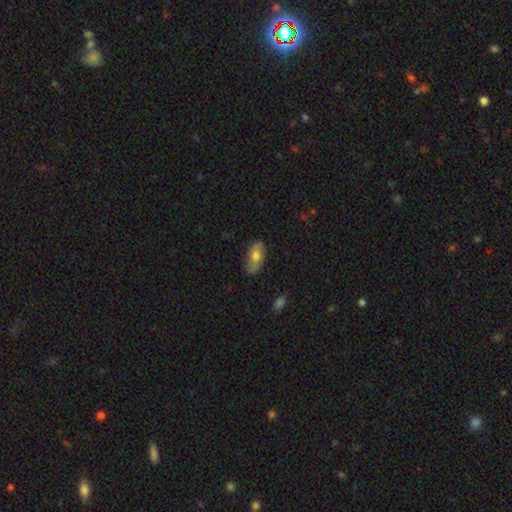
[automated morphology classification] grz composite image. It shows a smooth galaxy with no disk features (68%) that is in between round and cigar-shaped (88%). Merging: none (74%).